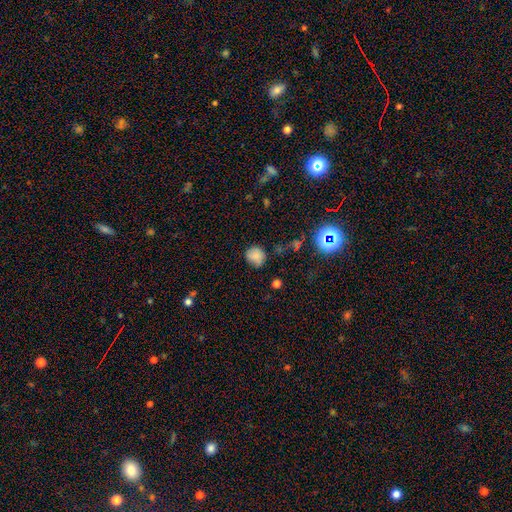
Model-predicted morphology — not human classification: This appears to be a smooth galaxy with no disk features (79%) that is round (83%). Merging: none (71%).